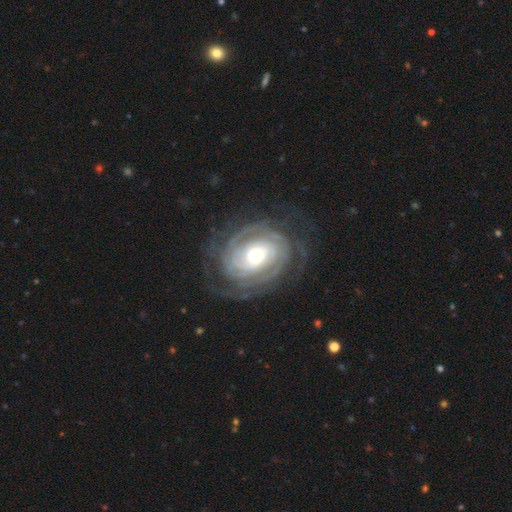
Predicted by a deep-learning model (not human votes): featured or disk 90%, smooth 6%, star or artifact 4%. Down the decision tree: edge-on disk — no (97%); bar — no (67%); spiral arms — yes (97%); spiral arm count — 2 (27%); spiral winding — tight (77%); bulge size — moderate (48%); merging — none (73%).